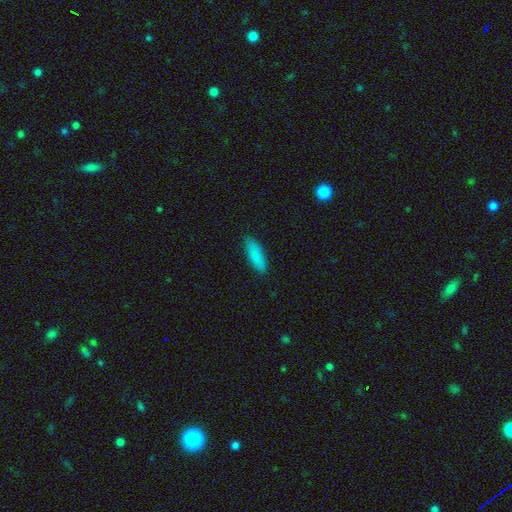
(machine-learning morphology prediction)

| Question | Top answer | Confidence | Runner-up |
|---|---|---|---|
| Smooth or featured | smooth | 87% | star or artifact (7%) |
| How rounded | in between | 55% | cigar-shaped (43%) |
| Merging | none | 88% | minor disturbance (9%) |